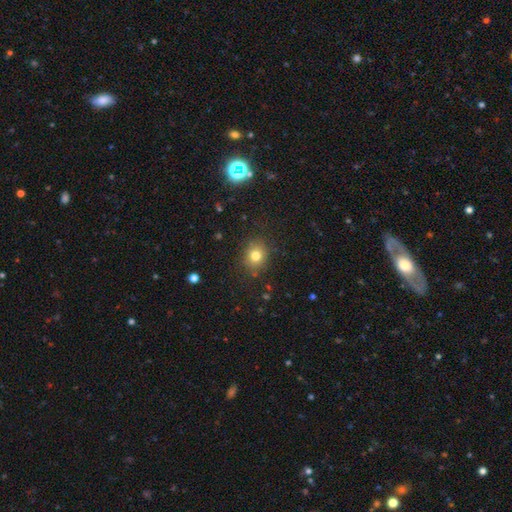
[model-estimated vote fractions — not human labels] smooth_or_featured: smooth (p=0.78) [alt: star or artifact p=0.14]
how_rounded: round (p=0.70) [alt: in between p=0.29]
merging: none (p=0.85) [alt: minor disturbance p=0.10]